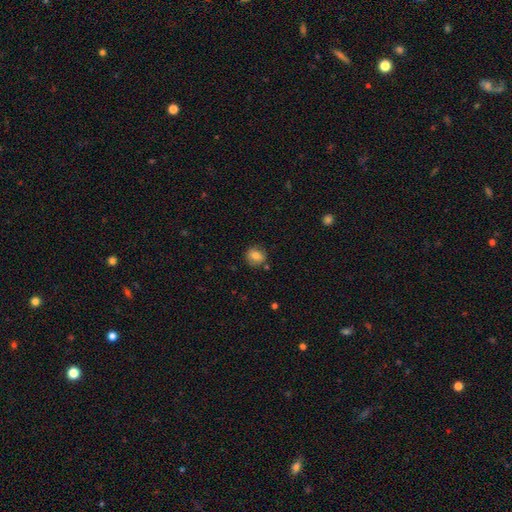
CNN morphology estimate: Smooth or featured? Predicted: smooth (p=0.80). How rounded? Predicted: round (p=0.80). Merging? Predicted: none (p=0.81).